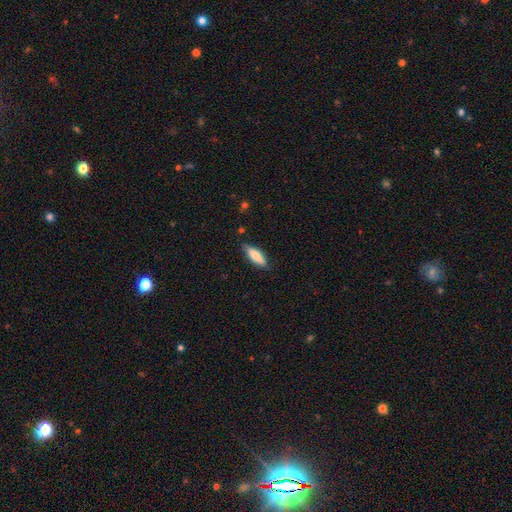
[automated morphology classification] Q: Smooth or featured?
A: smooth (75%); runner-up: featured or disk (19%)
Q: How rounded?
A: in between (51%); runner-up: cigar-shaped (47%)
Q: Merging?
A: none (83%); runner-up: minor disturbance (13%)